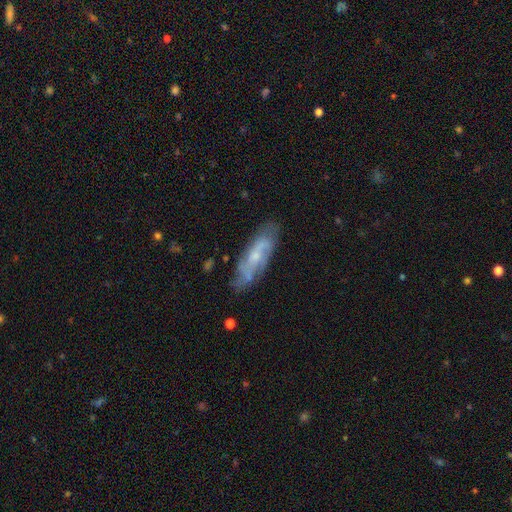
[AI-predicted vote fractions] featured or disk 62%, smooth 31%, star or artifact 7%. Down the decision tree: edge-on disk — no (77%); merging — none (72%).